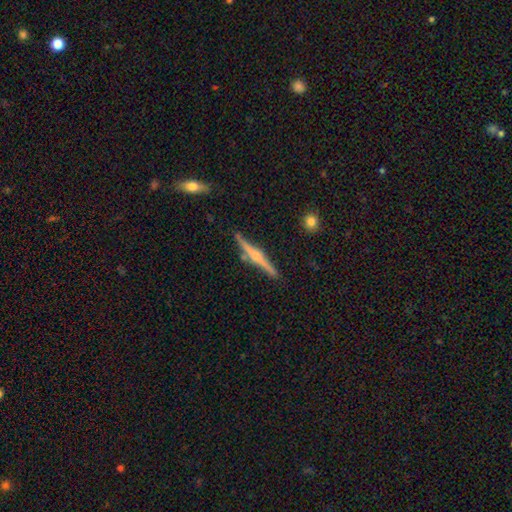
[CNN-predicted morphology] Smooth or featured: featured or disk — 71% (smooth — 23%)
Edge-on disk: yes — 98% (no — 2%)
Edge-on bulge: rounded — 80% (none — 11%)
Merging: none — 86% (minor disturbance — 9%)